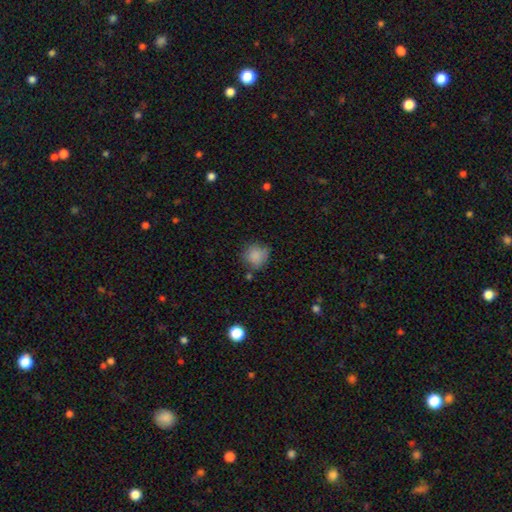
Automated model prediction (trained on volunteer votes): A smooth galaxy with no disk features (84%) that is round (87%).

Vote fractions:
- Smooth or featured? smooth: 84% / star or artifact: 10% / featured or disk: 7%
- How rounded? round: 87% / in between: 12% / cigar-shaped: 1%
- Merging? none: 69% / minor disturbance: 21% / major disturbance: 5% / merger: 4%